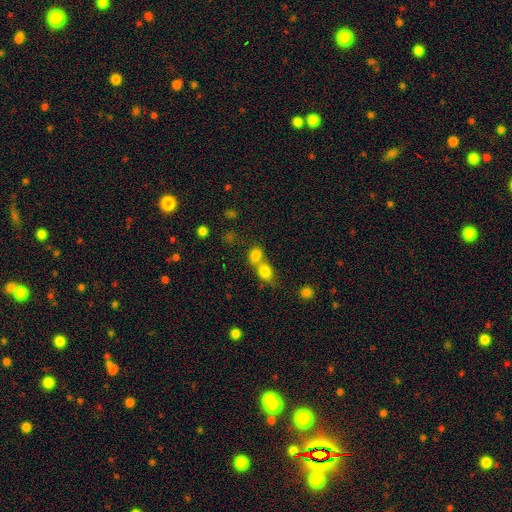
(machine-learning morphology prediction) Overall: smooth (79%). How rounded: in between (53%; round 45%). Merging: merger (56%; none 33%).